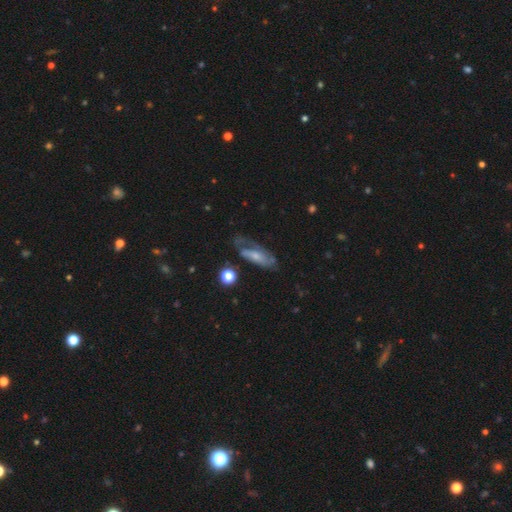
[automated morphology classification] A featured or disk galaxy (57%).

Vote fractions:
- Smooth or featured? featured or disk: 57% / smooth: 35% / star or artifact: 8%
- Edge-on disk? no: 84% / yes: 16%
- Merging? none: 39% / major disturbance: 31% / minor disturbance: 26% / merger: 4%